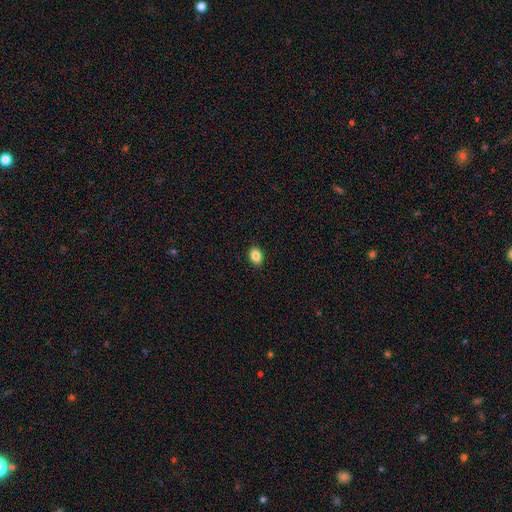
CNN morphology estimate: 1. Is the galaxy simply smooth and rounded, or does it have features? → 86% smooth, 9% star or artifact, 5% featured or disk.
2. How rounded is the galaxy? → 71% in between, 28% round, 1% cigar-shaped.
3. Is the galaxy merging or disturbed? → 90% none, 7% minor disturbance, 2% major disturbance, 1% merger.